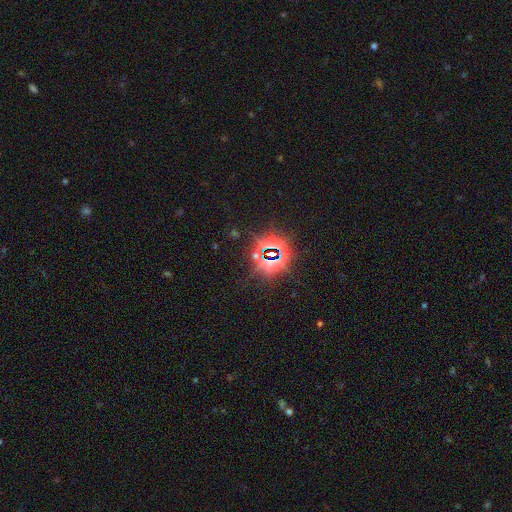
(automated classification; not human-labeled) Smooth or featured? star or artifact (81%)